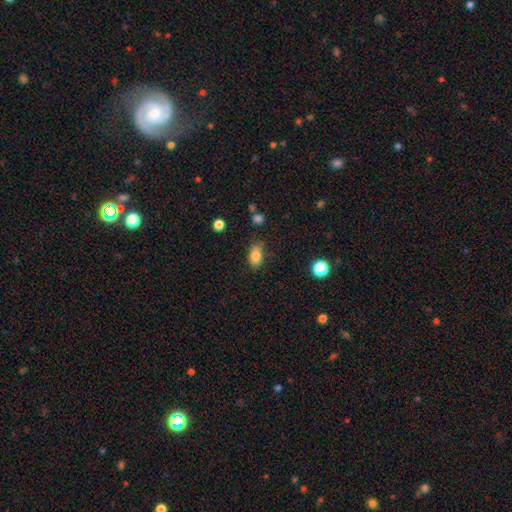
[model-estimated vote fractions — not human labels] This is clearly a smooth galaxy (84%). How rounded: clearly in between (88%). Merging: likely none (76%).